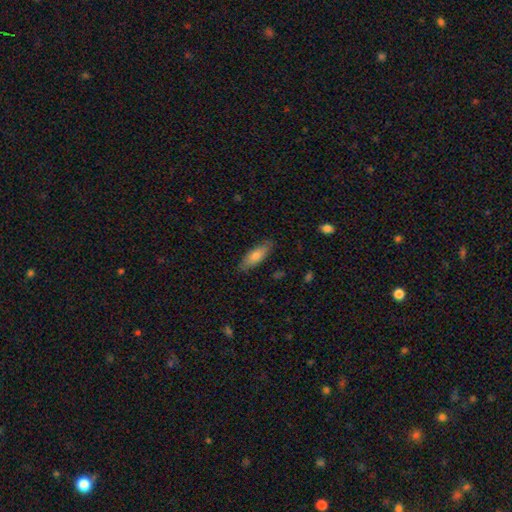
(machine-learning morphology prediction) Smooth or featured?
  - smooth: 73% *
  - featured or disk: 21%
  - star or artifact: 6%
How rounded?
  - in between: 54% *
  - cigar-shaped: 44%
  - round: 2%
Merging?
  - none: 85% *
  - minor disturbance: 12%
  - major disturbance: 2%
  - merger: 1%